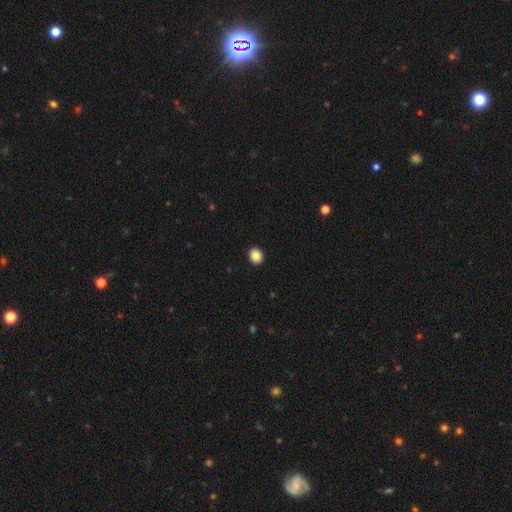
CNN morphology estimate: smooth 86%, star or artifact 9%, featured or disk 4%. Down the decision tree: how rounded — round (72%); merging — none (93%).